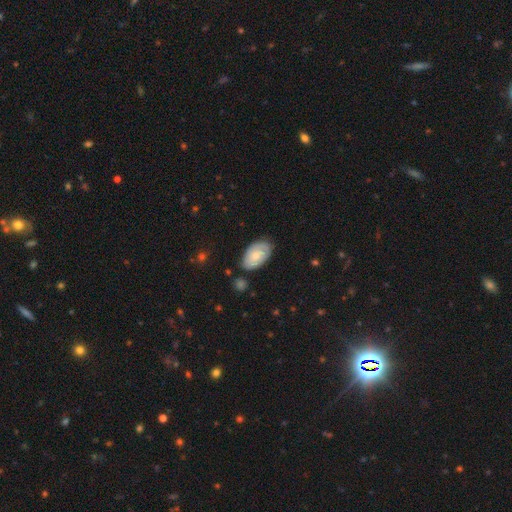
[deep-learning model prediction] Q: Smooth or featured?
A: smooth (49%); runner-up: featured or disk (45%)
Q: Merging?
A: none (72%); runner-up: minor disturbance (20%)